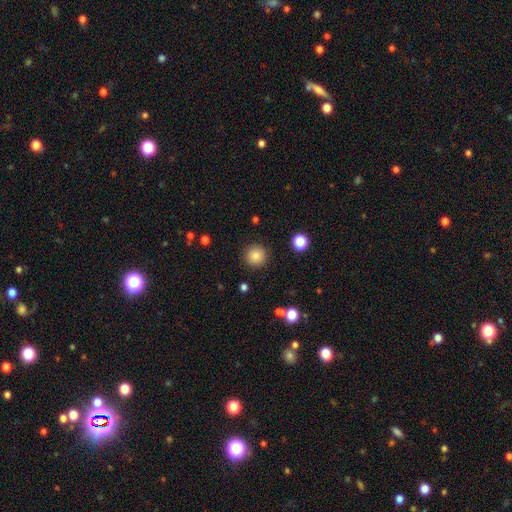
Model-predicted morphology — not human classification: The model was most divided on "smooth or featured": smooth: 85%, star or artifact: 10%, featured or disk: 5%. More confident: how rounded — round (95%); merging — none (91%).